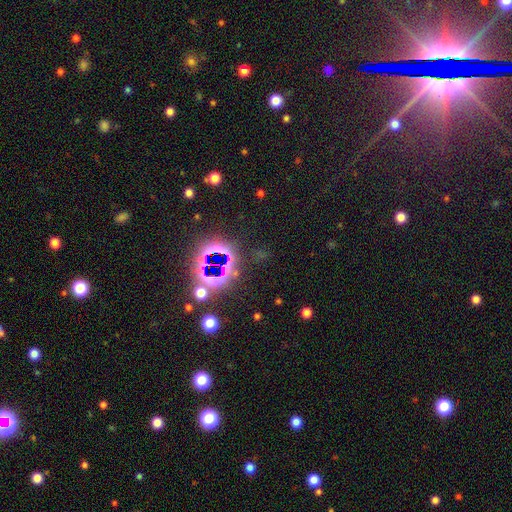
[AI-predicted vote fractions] Smooth or featured? star or artifact (77%)